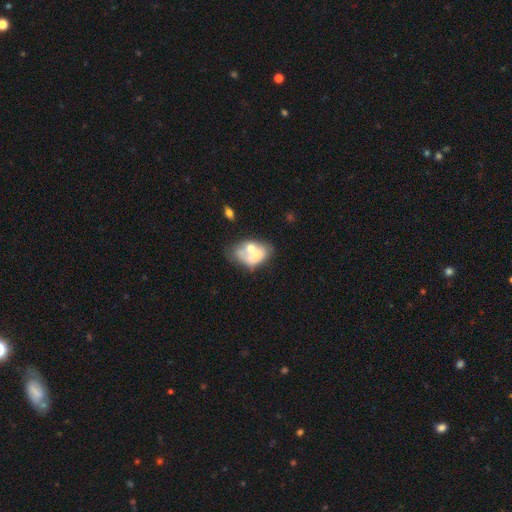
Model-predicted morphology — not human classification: This appears to be a smooth galaxy with no disk features (48%). Merging: merger (53%).